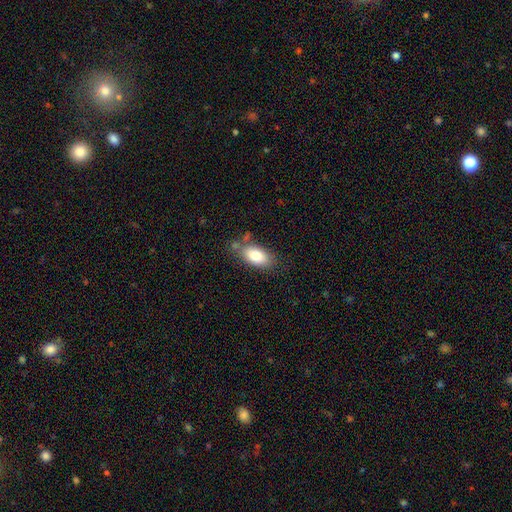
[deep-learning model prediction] smooth 80%, featured or disk 13%, star or artifact 7%. Down the decision tree: how rounded — in between (91%); merging — none (67%).